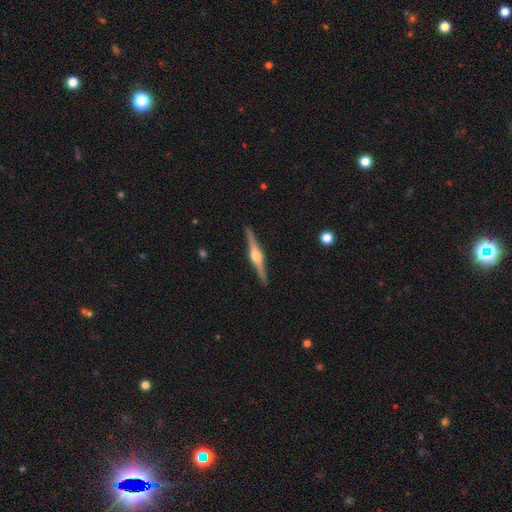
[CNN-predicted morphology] This appears to be a featured or disk galaxy (85%) viewed edge-on (98%) with a rounded central bulge (92%). Merging: none (92%).